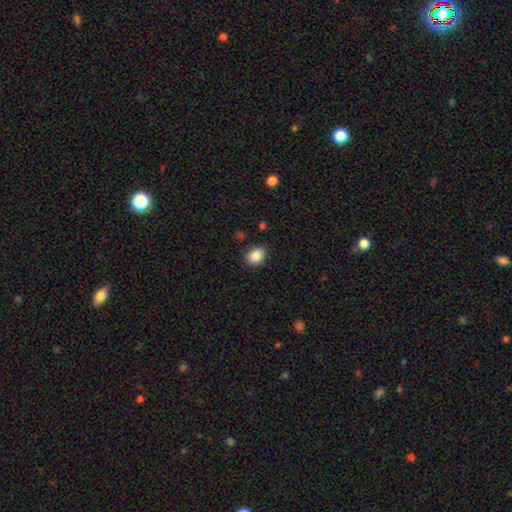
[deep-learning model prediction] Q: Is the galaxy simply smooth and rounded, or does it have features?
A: smooth — 88%.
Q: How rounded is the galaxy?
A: in between — 67%.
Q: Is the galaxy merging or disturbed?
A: none — 86%.